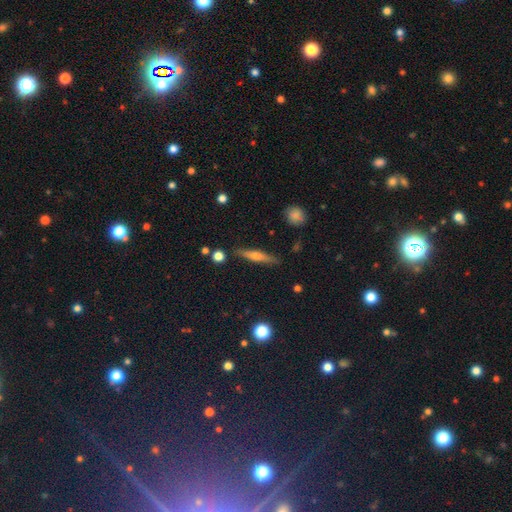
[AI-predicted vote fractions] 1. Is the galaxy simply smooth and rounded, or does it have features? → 54% featured or disk, 39% smooth, 8% star or artifact.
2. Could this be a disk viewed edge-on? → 95% yes, 5% no.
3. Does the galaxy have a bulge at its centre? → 80% rounded, 10% none, 9% boxy.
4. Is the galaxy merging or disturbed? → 87% none, 9% minor disturbance, 2% merger, 2% major disturbance.